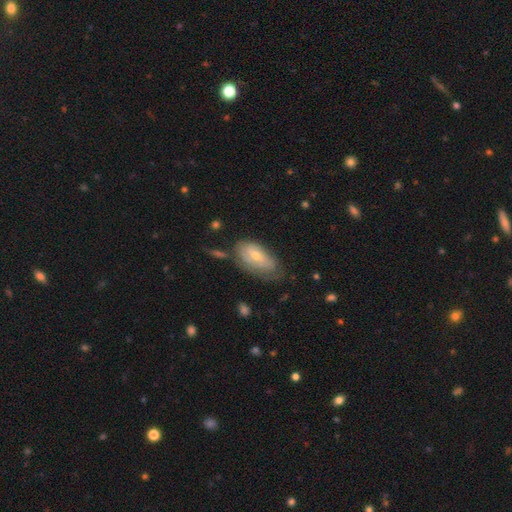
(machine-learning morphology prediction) smooth_or_featured: smooth (p=0.52) [alt: featured or disk p=0.40]
how_rounded: in between (p=0.90) [alt: cigar-shaped p=0.05]
merging: none (p=0.48) [alt: minor disturbance p=0.34]